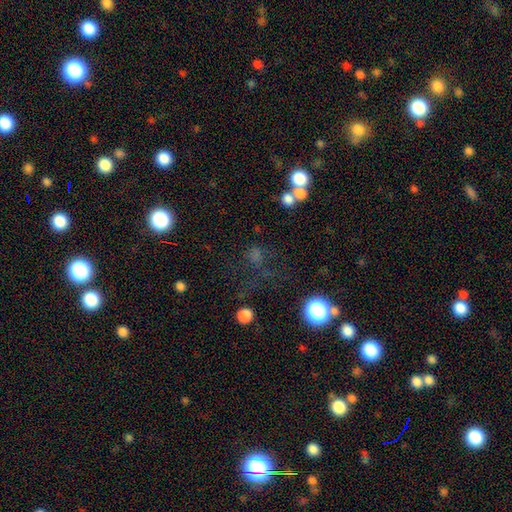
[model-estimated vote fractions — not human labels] Overall: smooth (48%; star or artifact 40%). Merging: none (62%).